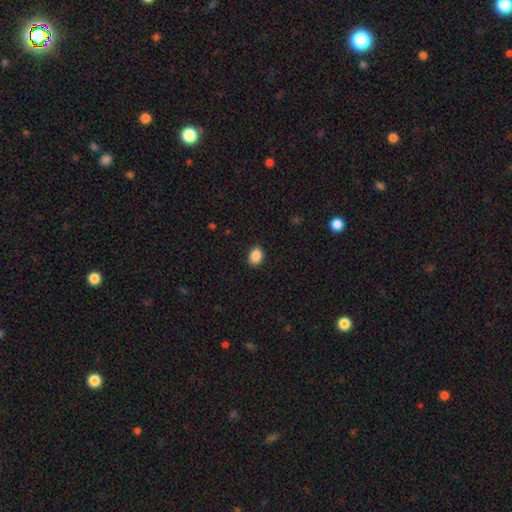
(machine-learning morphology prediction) smooth 89%, star or artifact 8%, featured or disk 3%. Down the decision tree: how rounded — in between (71%); merging — none (88%).